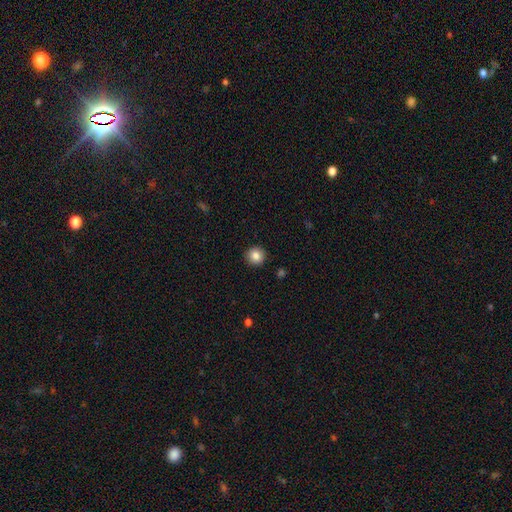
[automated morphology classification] type=smooth (85%); roundness=round (94%); merging=none (92%).